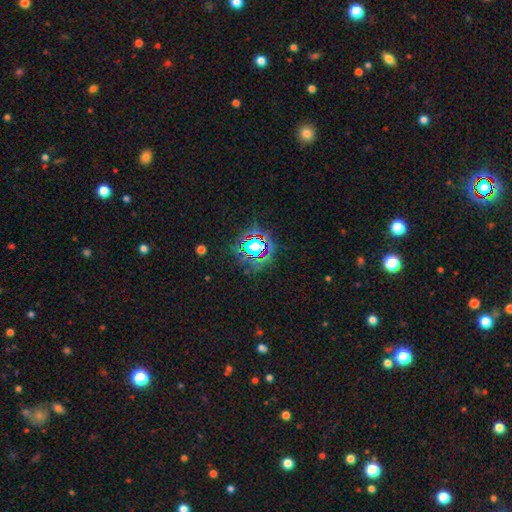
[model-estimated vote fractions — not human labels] Smooth or featured?
  - star or artifact: 80% *
  - smooth: 12%
  - featured or disk: 8%